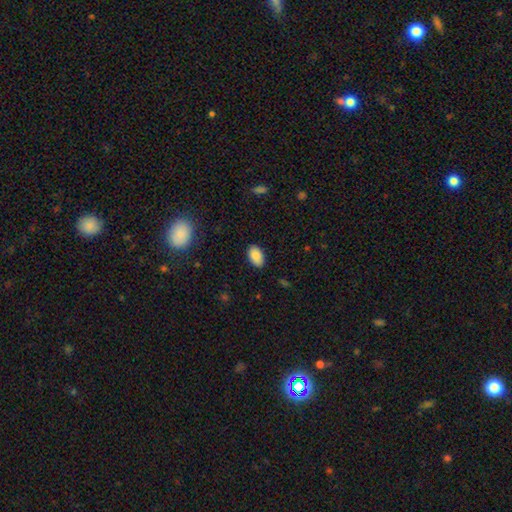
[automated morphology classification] Smooth or featured: smooth — 87% (star or artifact — 7%)
How rounded: in between — 93% (round — 6%)
Merging: none — 86% (minor disturbance — 11%)